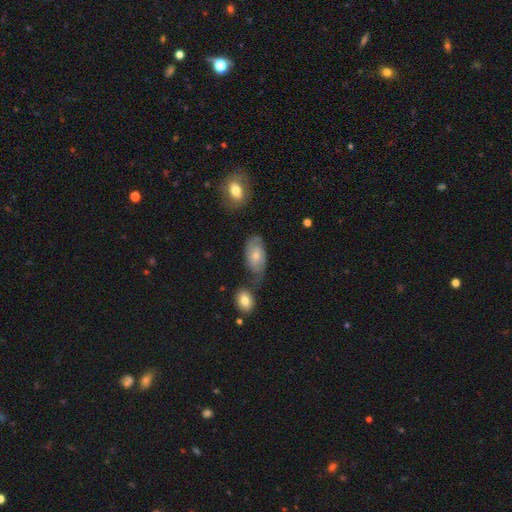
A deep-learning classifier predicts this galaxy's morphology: Q: Smooth or featured?
A: featured or disk (53%); runner-up: smooth (39%)
Q: Edge-on disk?
A: no (95%); runner-up: yes (5%)
Q: Bar?
A: no (73%); runner-up: weak (24%)
Q: Spiral arms?
A: yes (82%); runner-up: no (18%)
Q: Bulge size?
A: small (51%); runner-up: moderate (42%)
Q: Merging?
A: none (50%); runner-up: minor disturbance (23%)